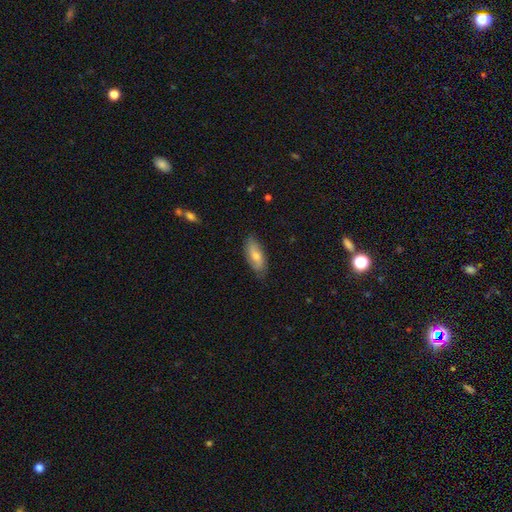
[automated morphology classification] smooth_or_featured: smooth (p=0.58) [alt: featured or disk p=0.35]
how_rounded: in between (p=0.78) [alt: cigar-shaped p=0.19]
merging: none (p=0.80) [alt: minor disturbance p=0.16]